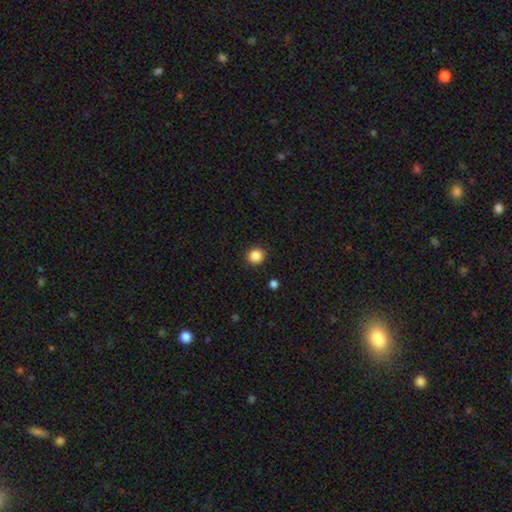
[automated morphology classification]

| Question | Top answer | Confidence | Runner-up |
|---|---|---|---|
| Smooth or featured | smooth | 86% | star or artifact (11%) |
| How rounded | round | 89% | in between (10%) |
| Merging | none | 91% | minor disturbance (6%) |